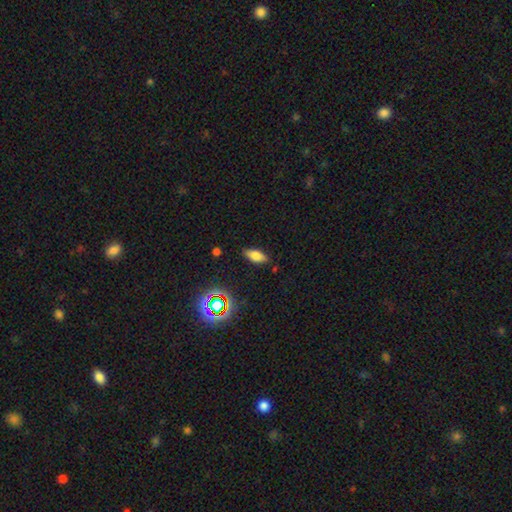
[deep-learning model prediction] smooth-or-featured: smooth: 69% | featured or disk: 19% | star or artifact: 12%
  how-rounded: in between: 79% | cigar-shaped: 18% | round: 4%
  merging: none: 82% | minor disturbance: 13% | major disturbance: 3% | merger: 2%